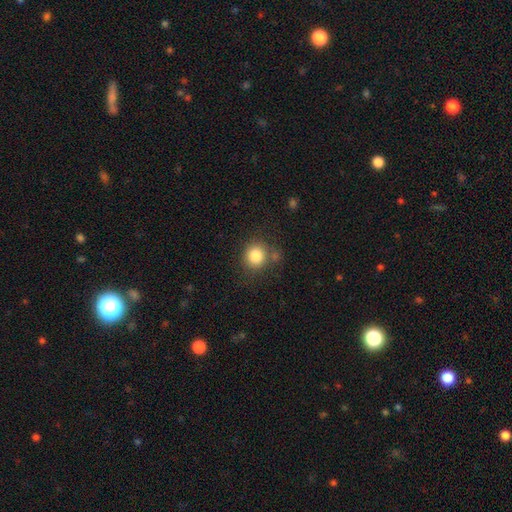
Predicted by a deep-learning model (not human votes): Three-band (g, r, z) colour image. It shows a smooth galaxy with no disk features (82%) that is round (87%). Merging: none (72%).